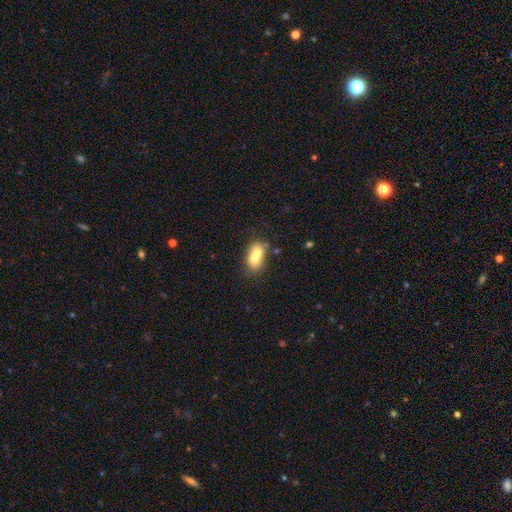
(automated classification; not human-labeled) Smooth or featured?
  - smooth: 65% *
  - featured or disk: 26%
  - star or artifact: 9%
How rounded?
  - in between: 65% *
  - round: 32%
  - cigar-shaped: 2%
Merging?
  - merger: 64% *
  - none: 24%
  - minor disturbance: 8%
  - major disturbance: 4%